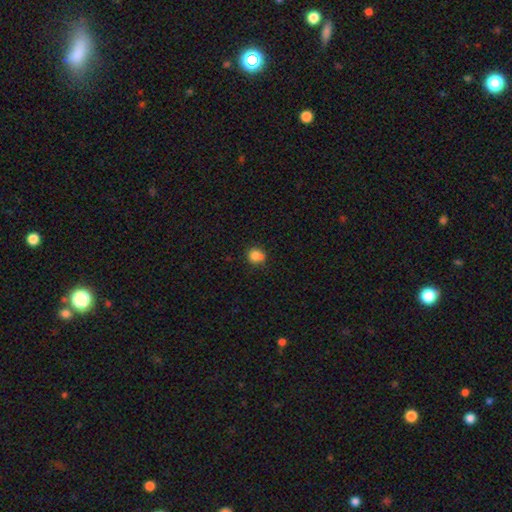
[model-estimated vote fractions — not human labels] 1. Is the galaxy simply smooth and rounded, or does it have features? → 84% smooth, 11% star or artifact, 6% featured or disk.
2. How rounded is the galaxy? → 72% round, 27% in between, 1% cigar-shaped.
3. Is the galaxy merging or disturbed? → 66% none, 23% minor disturbance, 5% merger, 5% major disturbance.